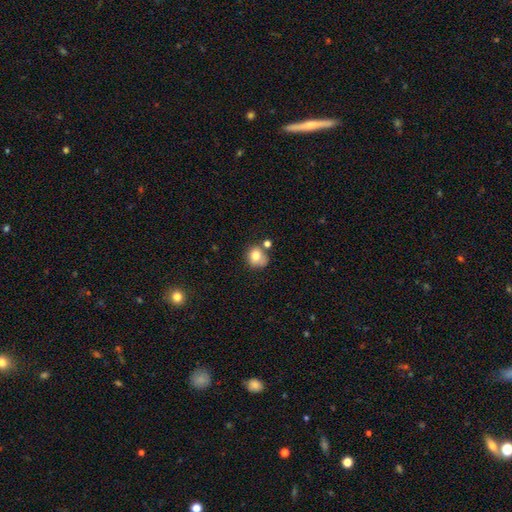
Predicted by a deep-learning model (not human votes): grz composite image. It shows a smooth galaxy with no disk features (77%) that is round (77%). Merging: none (54%).